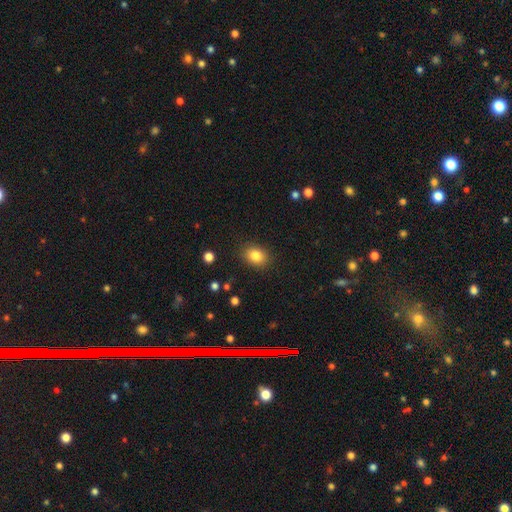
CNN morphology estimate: This appears to be a smooth galaxy with no disk features (84%) that is in between round and cigar-shaped (63%). Merging: none (87%).